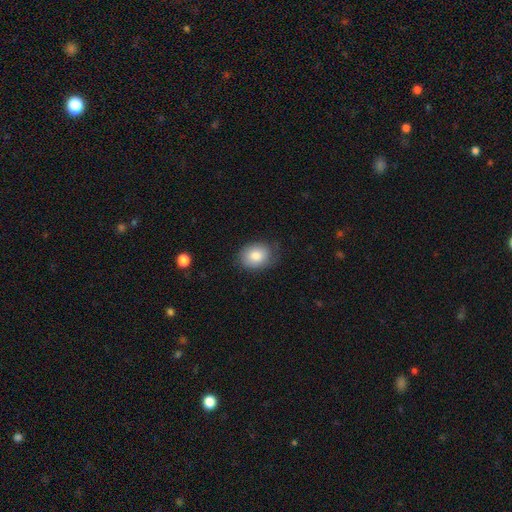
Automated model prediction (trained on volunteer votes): The model was most divided on "how rounded": in between: 57%, round: 43%, cigar-shaped: 1%. More confident: smooth or featured — smooth (83%); merging — none (75%).